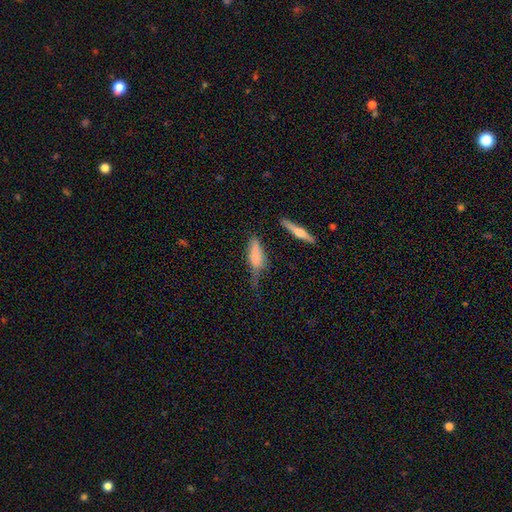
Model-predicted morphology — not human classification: smooth 67%, featured or disk 24%, star or artifact 8%. Down the decision tree: how rounded — in between (56%); merging — minor disturbance (38%).